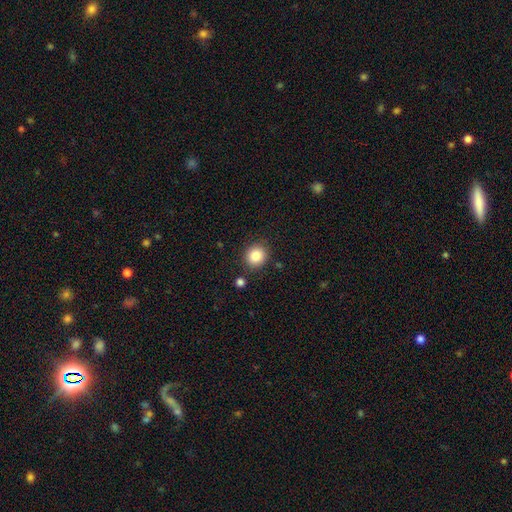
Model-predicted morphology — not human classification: Q: Smooth or featured?
A: smooth (86%); runner-up: star or artifact (9%)
Q: How rounded?
A: round (84%); runner-up: in between (15%)
Q: Merging?
A: none (85%); runner-up: minor disturbance (9%)